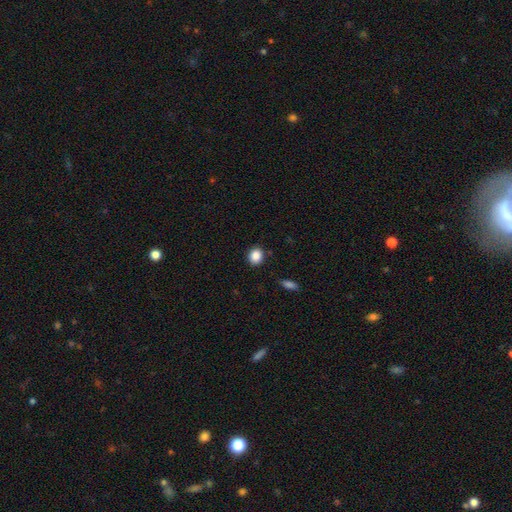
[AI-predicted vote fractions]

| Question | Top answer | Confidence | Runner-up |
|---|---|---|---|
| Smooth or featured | smooth | 86% | star or artifact (10%) |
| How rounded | round | 69% | in between (30%) |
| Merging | none | 88% | minor disturbance (8%) |